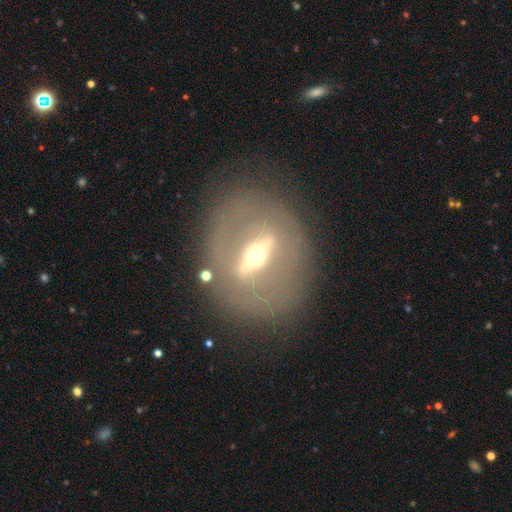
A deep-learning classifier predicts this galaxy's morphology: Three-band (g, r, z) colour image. It shows a featured or disk galaxy (75%) with a strong bar (72%), no spiral arms (82%) and a moderate central bulge (60%). Merging: none (79%).